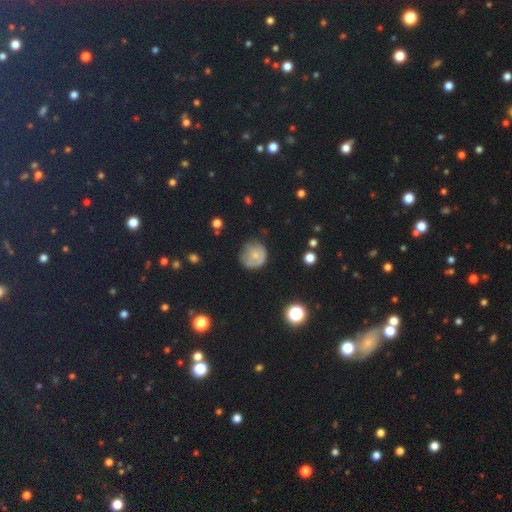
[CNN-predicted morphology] smooth 58%, featured or disk 29%, star or artifact 12%. Down the decision tree: how rounded — round (87%); merging — none (61%).